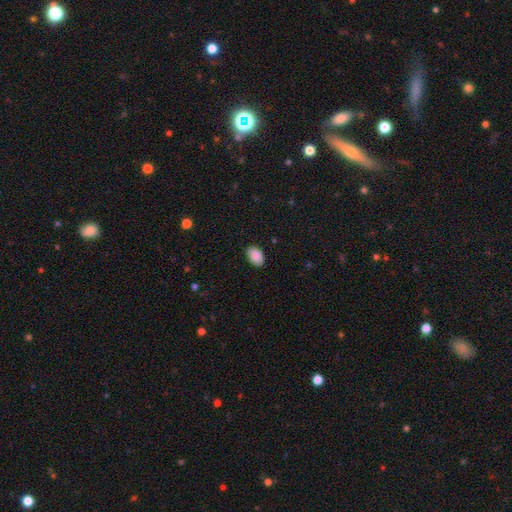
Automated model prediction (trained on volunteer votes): smooth_or_featured: smooth (p=0.90) [alt: star or artifact p=0.07]
how_rounded: in between (p=0.88) [alt: round p=0.11]
merging: none (p=0.88) [alt: minor disturbance p=0.10]